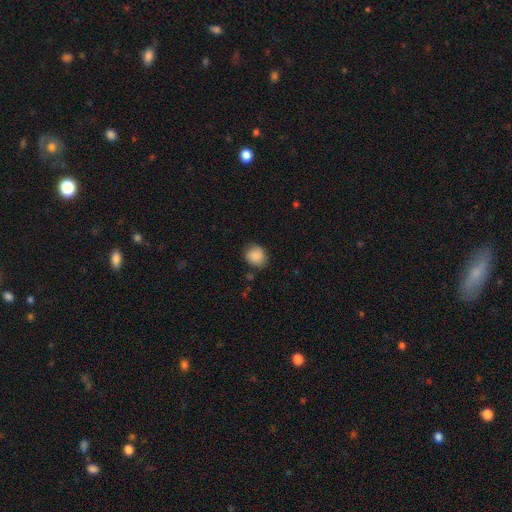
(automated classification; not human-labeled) The model was most divided on "how rounded": round: 76%, in between: 23%, cigar-shaped: 1%. More confident: smooth or featured — smooth (88%); merging — none (81%).